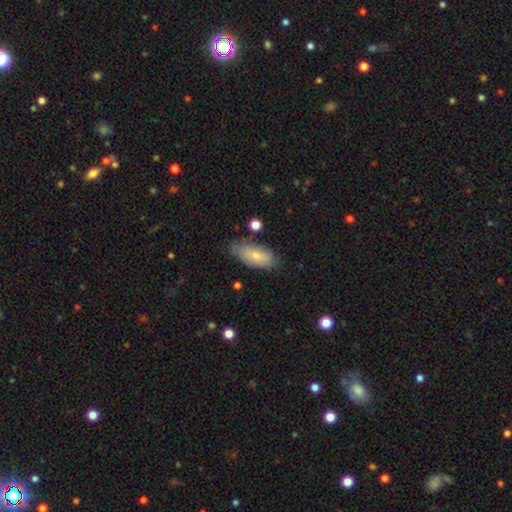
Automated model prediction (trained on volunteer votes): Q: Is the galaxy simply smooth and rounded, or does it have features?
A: smooth — 78%.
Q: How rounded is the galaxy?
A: in between — 86%.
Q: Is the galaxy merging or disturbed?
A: none — 70%.